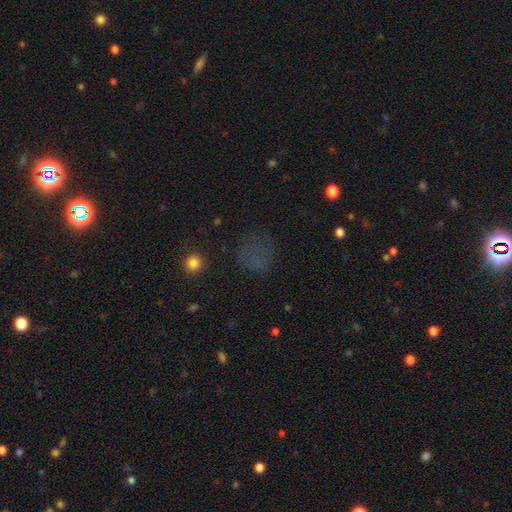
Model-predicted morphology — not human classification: A smooth galaxy with no disk features (52%) that is round (80%). Merging: none (65%).